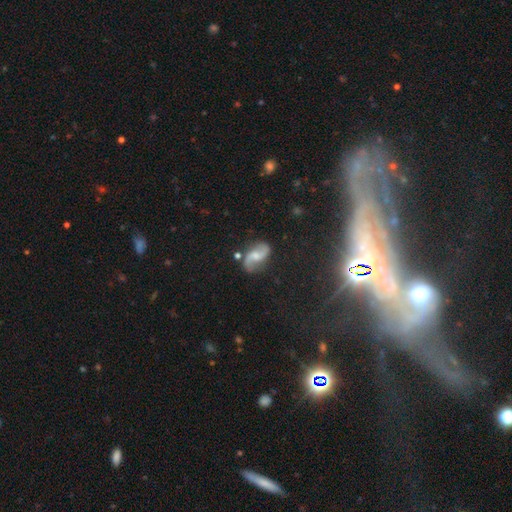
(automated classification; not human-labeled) The model was most divided on "bar": no: 48%, weak: 41%, strong: 11%. Remaining: edge-on disk — no (97%); spiral arms — yes (95%); spiral arm count — 2 (93%); smooth or featured — featured or disk (81%); merging — none (74%); spiral winding — loose (65%); bulge size — moderate (45%).